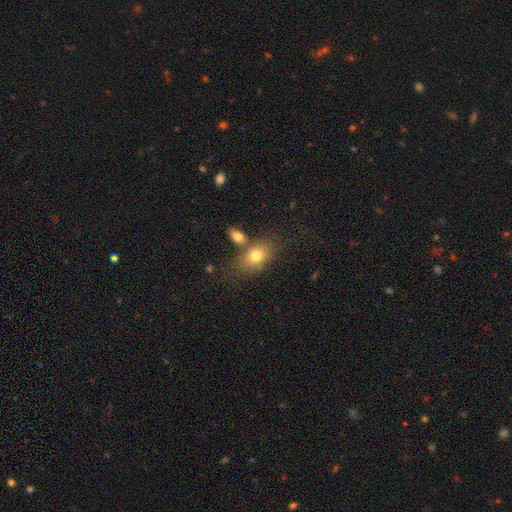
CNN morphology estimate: Smooth or featured?
  - smooth: 76% *
  - featured or disk: 14%
  - star or artifact: 10%
How rounded?
  - in between: 78% *
  - round: 20%
  - cigar-shaped: 2%
Merging?
  - none: 54% *
  - merger: 25%
  - minor disturbance: 14%
  - major disturbance: 6%